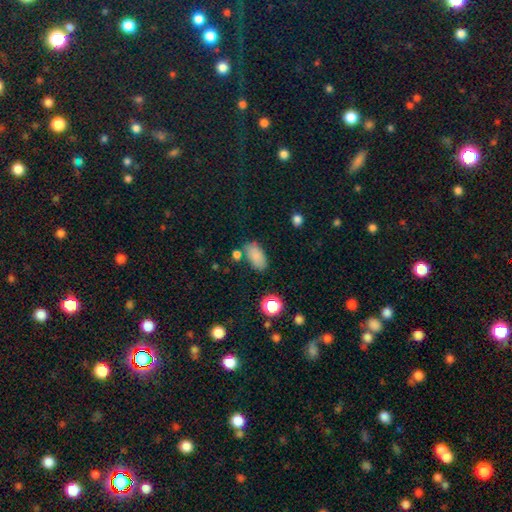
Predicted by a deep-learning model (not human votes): Q: Smooth or featured?
A: smooth (82%); runner-up: star or artifact (11%)
Q: How rounded?
A: in between (91%); runner-up: round (5%)
Q: Merging?
A: none (70%); runner-up: minor disturbance (16%)